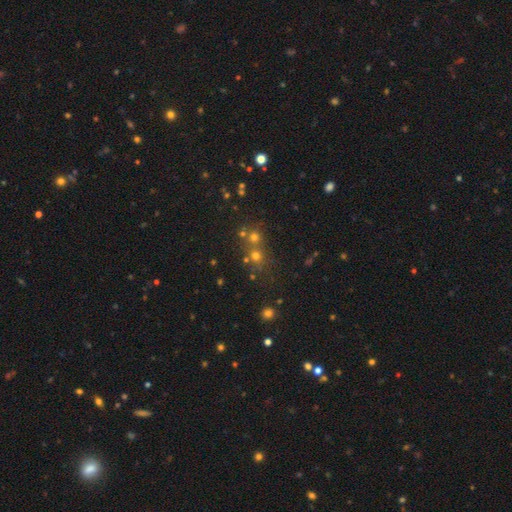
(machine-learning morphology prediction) Smooth or featured? Predicted: smooth (p=0.52). How rounded? Predicted: round (p=0.87). Merging? Predicted: none (p=0.59).